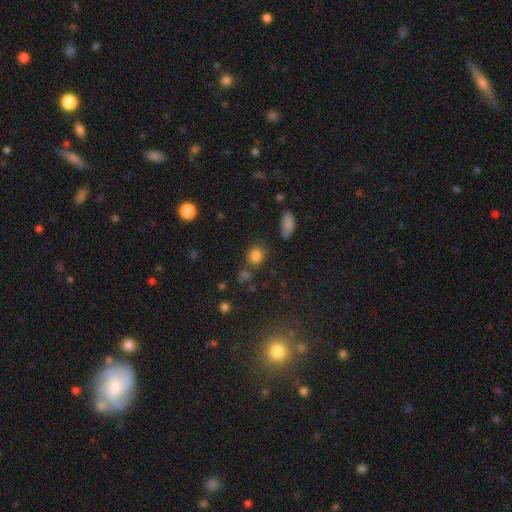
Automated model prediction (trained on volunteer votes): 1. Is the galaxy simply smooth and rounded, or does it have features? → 80% smooth, 14% star or artifact, 5% featured or disk.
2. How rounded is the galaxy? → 80% round, 19% in between, 1% cigar-shaped.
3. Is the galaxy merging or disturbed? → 73% none, 12% minor disturbance, 10% merger, 5% major disturbance.